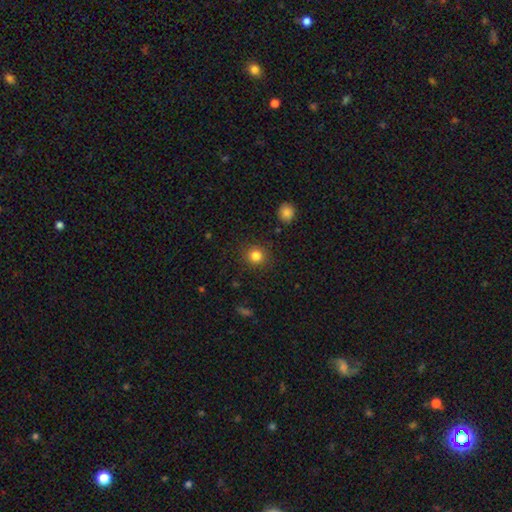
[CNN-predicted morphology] Smooth or featured?
  - smooth: 83% *
  - star or artifact: 12%
  - featured or disk: 5%
How rounded?
  - round: 91% *
  - in between: 8%
  - cigar-shaped: 1%
Merging?
  - none: 89% *
  - minor disturbance: 7%
  - major disturbance: 3%
  - merger: 1%